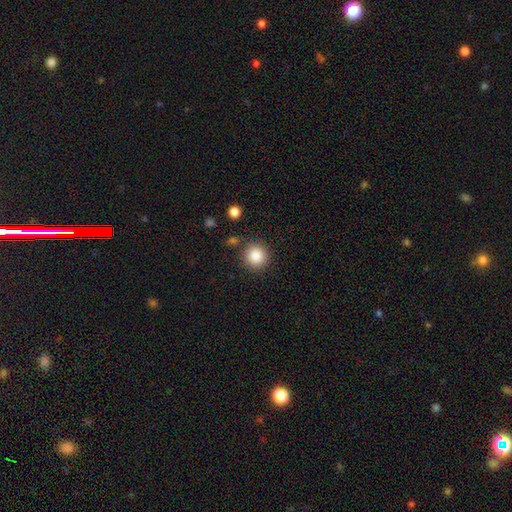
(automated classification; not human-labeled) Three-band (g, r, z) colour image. It shows a smooth galaxy with no disk features (86%) that is round (93%). Merging: none (85%).